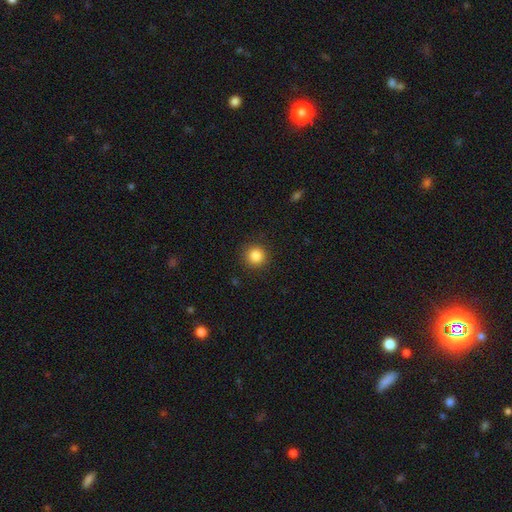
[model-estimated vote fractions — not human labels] A smooth galaxy with no disk features (85%) that is round (94%). Merging: none (91%).